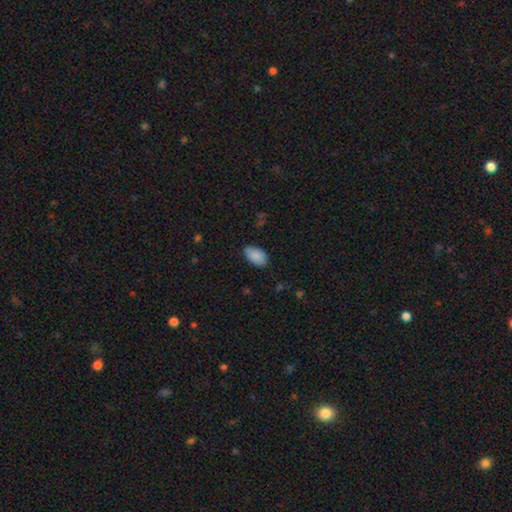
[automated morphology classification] Smooth or featured? smooth (88%)
How rounded? in between (95%)
Merging? none (82%)